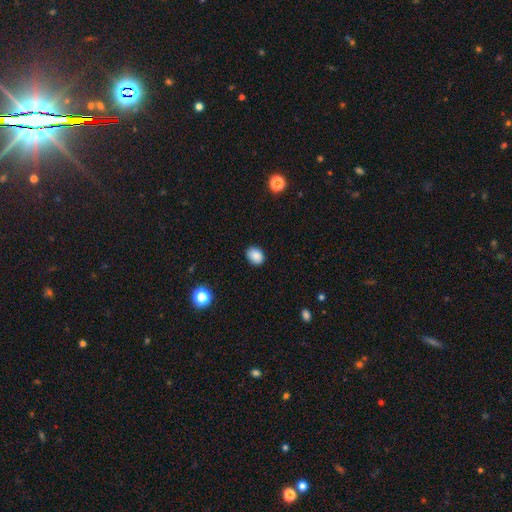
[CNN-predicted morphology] smooth 87%, star or artifact 9%, featured or disk 4%. Down the decision tree: how rounded — in between (61%); merging — none (87%).